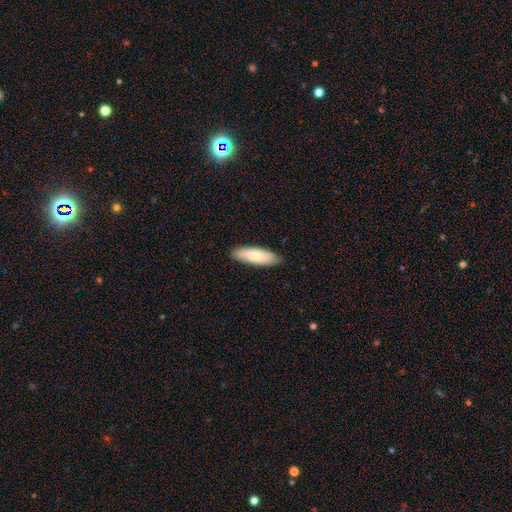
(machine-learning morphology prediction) smooth-or-featured: smooth: 79% | featured or disk: 16% | star or artifact: 5%
  how-rounded: cigar-shaped: 50% | in between: 49% | round: 2%
  merging: none: 87% | minor disturbance: 11% | major disturbance: 2% | merger: 1%